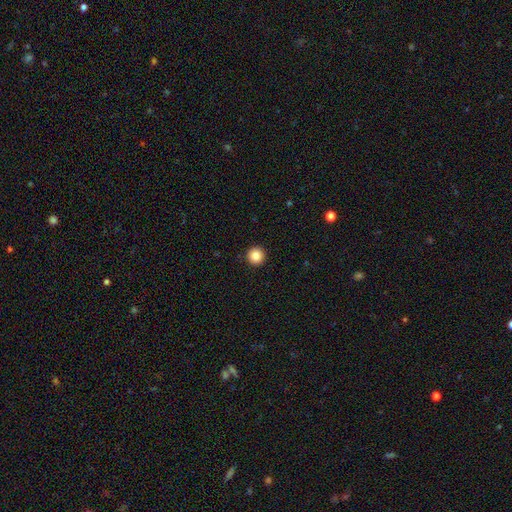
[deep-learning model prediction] This appears to be a smooth galaxy with no disk features (87%) that is round (96%). Merging: none (94%).